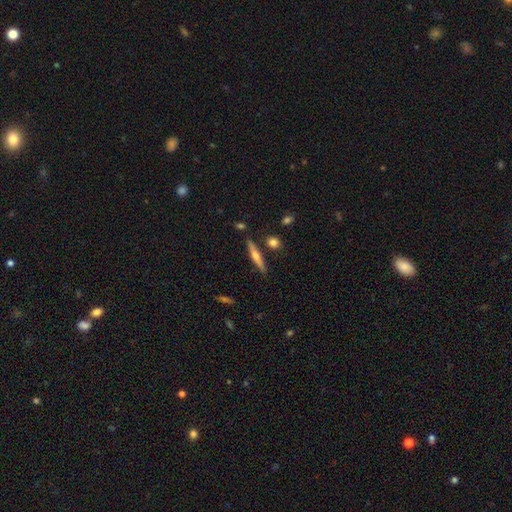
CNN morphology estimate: This appears to be a featured or disk galaxy (59%) viewed edge-on (96%) with a rounded central bulge (80%). Merging: none (85%).